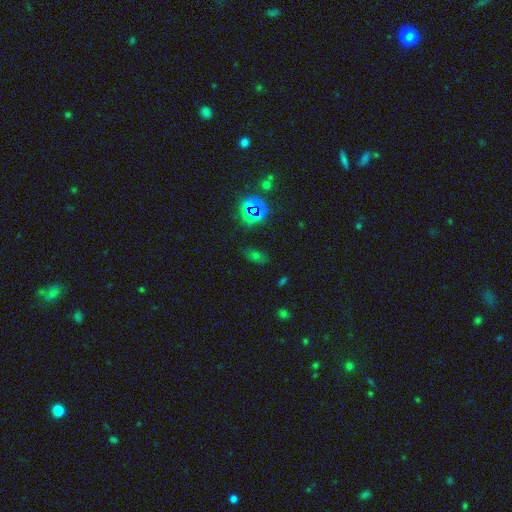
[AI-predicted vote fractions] This appears to be a star or artifact, not a galaxy (46%).